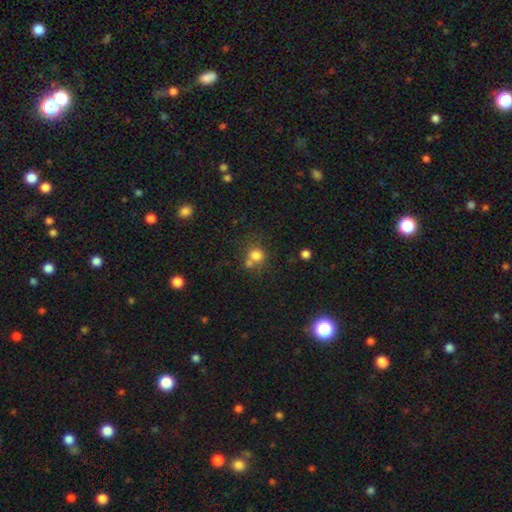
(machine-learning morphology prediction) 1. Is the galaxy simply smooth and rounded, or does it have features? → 77% smooth, 14% star or artifact, 10% featured or disk.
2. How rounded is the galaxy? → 81% round, 18% in between, 1% cigar-shaped.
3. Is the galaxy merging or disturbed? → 52% none, 30% merger, 12% minor disturbance, 5% major disturbance.